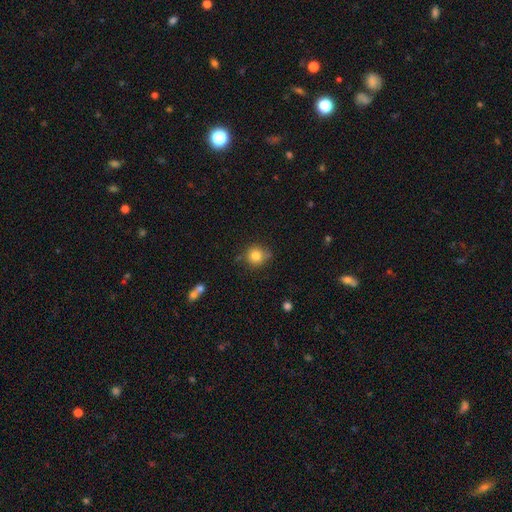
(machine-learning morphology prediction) type=smooth (81%); roundness=round (87%); merging=none (72%).